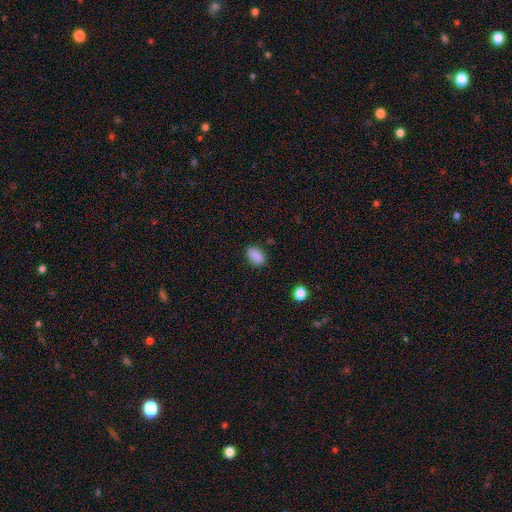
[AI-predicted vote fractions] Smooth or featured? smooth (88%)
How rounded? in between (88%)
Merging? none (86%)